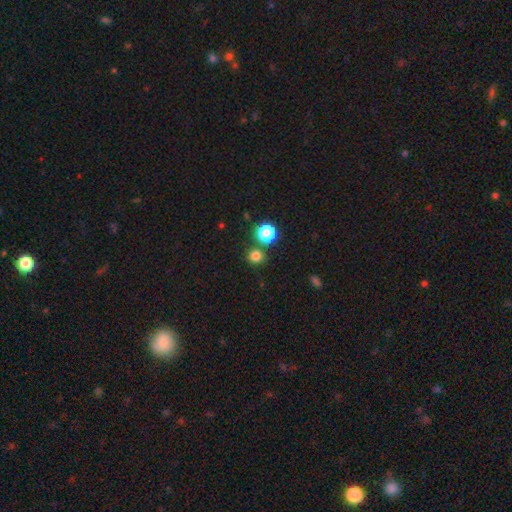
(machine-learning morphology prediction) Smooth or featured?
  - smooth: 80% *
  - star or artifact: 16%
  - featured or disk: 4%
How rounded?
  - round: 90% *
  - in between: 9%
  - cigar-shaped: 1%
Merging?
  - none: 77% *
  - merger: 14%
  - minor disturbance: 7%
  - major disturbance: 3%